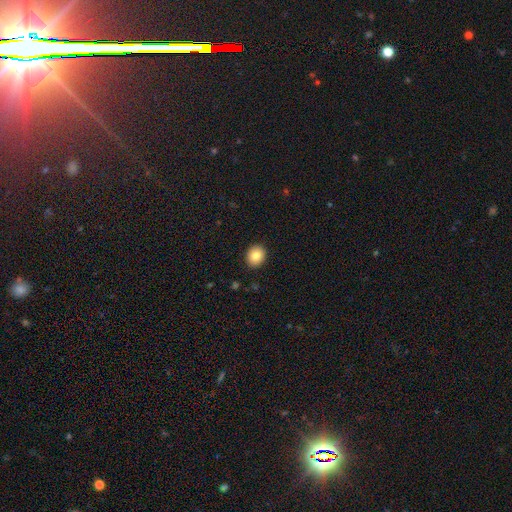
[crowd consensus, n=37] Morphology: type=smooth (86%); roundness=round (78%); merging=none (91%).